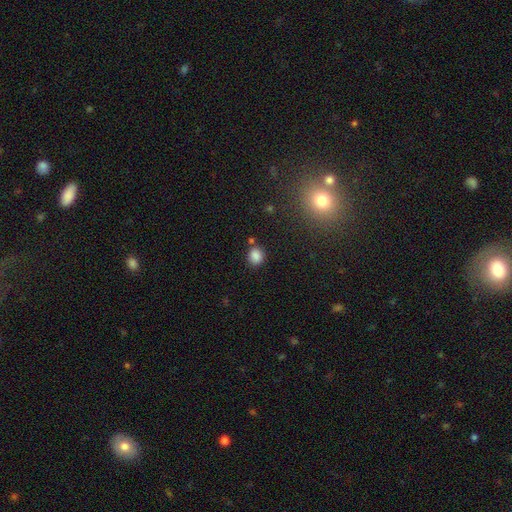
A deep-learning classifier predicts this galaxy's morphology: Smooth or featured? smooth (84%)
How rounded? round (68%)
Merging? none (74%)